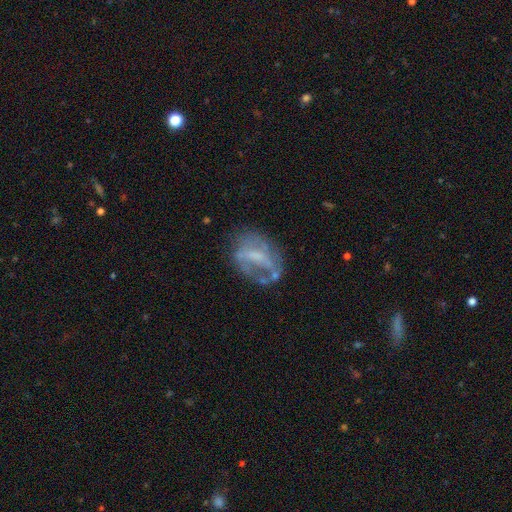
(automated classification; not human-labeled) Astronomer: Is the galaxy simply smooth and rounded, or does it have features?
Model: featured or disk — 64%.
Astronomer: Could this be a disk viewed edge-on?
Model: no — 95%.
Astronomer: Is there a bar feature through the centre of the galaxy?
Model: no — 40% (runner-up: weak, 36%).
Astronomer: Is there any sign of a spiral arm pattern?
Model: no — 63%.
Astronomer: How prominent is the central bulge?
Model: none — 40% (runner-up: small, 27%).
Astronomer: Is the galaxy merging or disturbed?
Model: none — 46% (runner-up: major disturbance, 24%).